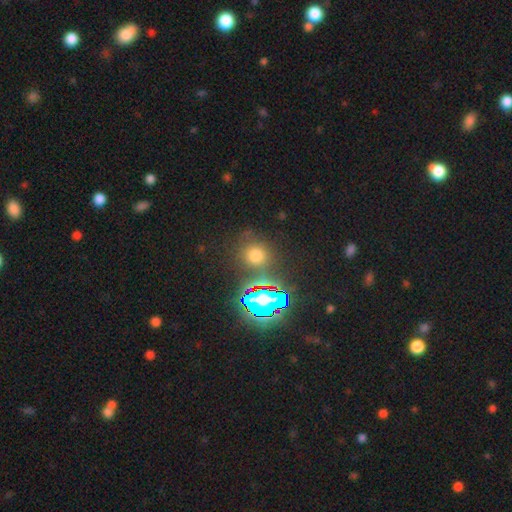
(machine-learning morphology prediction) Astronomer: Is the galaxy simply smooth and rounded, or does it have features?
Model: smooth — 57% (runner-up: star or artifact, 35%).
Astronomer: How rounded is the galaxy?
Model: round — 85%.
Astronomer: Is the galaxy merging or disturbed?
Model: none — 79%.